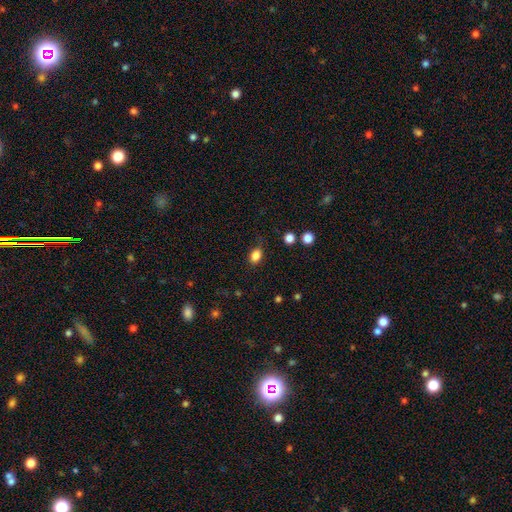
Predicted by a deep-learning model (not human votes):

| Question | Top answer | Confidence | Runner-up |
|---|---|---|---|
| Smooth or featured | smooth | 85% | star or artifact (10%) |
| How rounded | in between | 73% | round (25%) |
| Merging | none | 78% | minor disturbance (16%) |